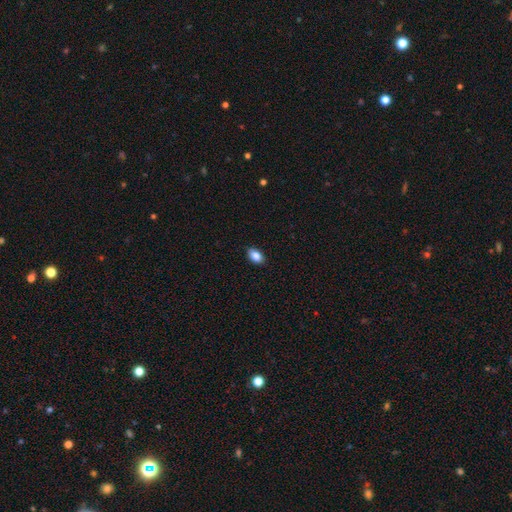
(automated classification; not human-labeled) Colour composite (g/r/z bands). It shows a smooth galaxy with no disk features (86%) that is in between round and cigar-shaped (88%). Merging: none (86%).